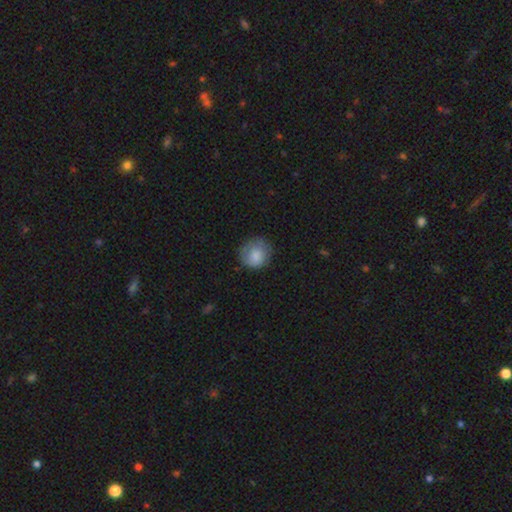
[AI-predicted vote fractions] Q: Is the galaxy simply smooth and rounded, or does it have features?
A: smooth — 80%.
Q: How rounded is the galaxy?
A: round — 85%.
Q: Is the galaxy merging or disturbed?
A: none — 72%.